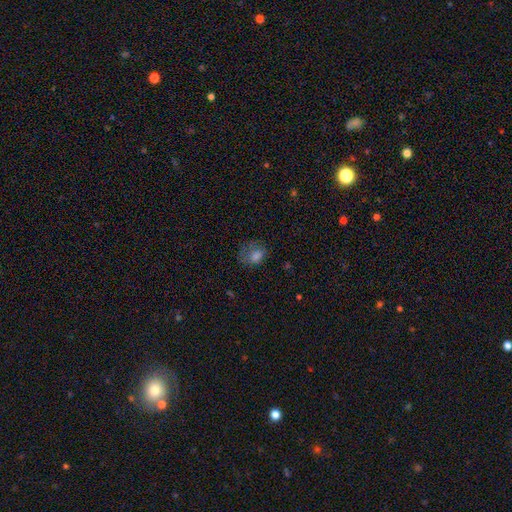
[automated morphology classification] Smooth or featured? Predicted: smooth (p=0.67). How rounded? Predicted: in between (p=0.56). Merging? Predicted: none (p=0.46).